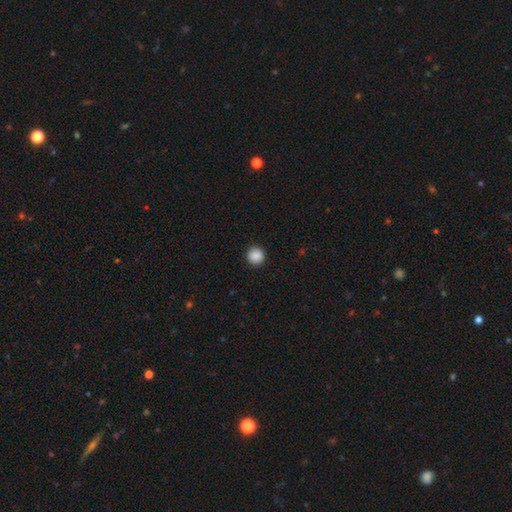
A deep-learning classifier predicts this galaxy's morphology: Q: Smooth or featured?
A: smooth (89%); runner-up: star or artifact (8%)
Q: How rounded?
A: round (94%); runner-up: in between (5%)
Q: Merging?
A: none (91%); runner-up: minor disturbance (6%)